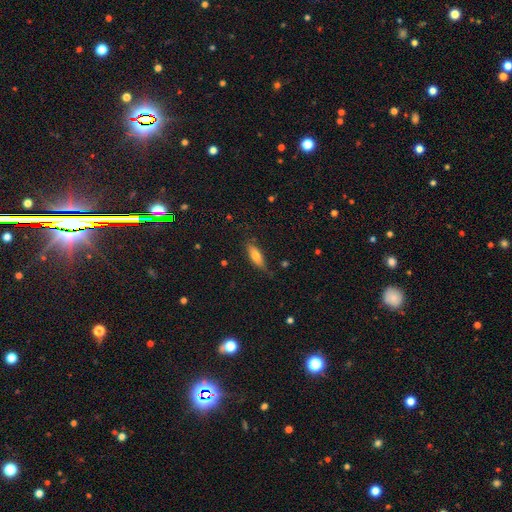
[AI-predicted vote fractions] A smooth galaxy with no disk features (70%) that is in between round and cigar-shaped (58%).

Vote fractions:
- Smooth or featured? smooth: 70% / featured or disk: 23% / star or artifact: 7%
- How rounded? in between: 58% / cigar-shaped: 40% / round: 2%
- Merging? none: 74% / minor disturbance: 20% / major disturbance: 4% / merger: 2%